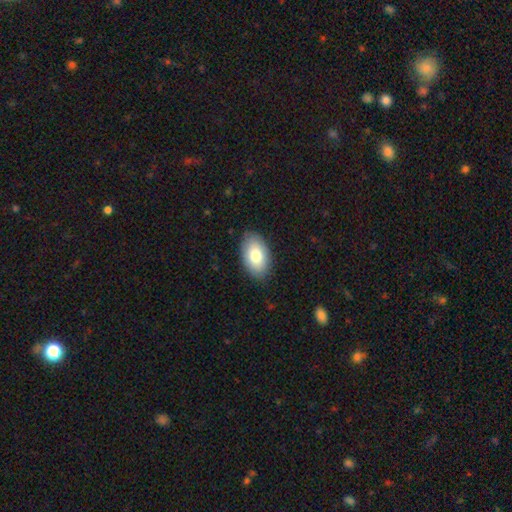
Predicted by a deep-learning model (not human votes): Q: Smooth or featured?
A: smooth (80%); runner-up: featured or disk (14%)
Q: How rounded?
A: in between (92%); runner-up: round (6%)
Q: Merging?
A: none (86%); runner-up: minor disturbance (11%)